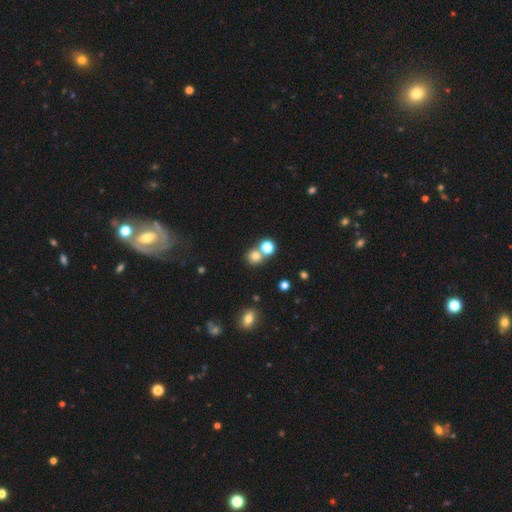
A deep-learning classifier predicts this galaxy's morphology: Smooth or featured? Predicted: smooth (p=0.74). How rounded? Predicted: round (p=0.86). Merging? Predicted: none (p=0.57).